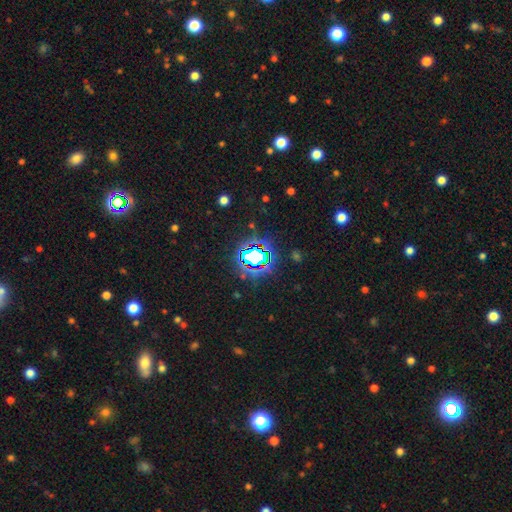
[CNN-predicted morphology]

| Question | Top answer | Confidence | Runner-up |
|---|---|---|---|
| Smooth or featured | star or artifact | 72% | smooth (17%) |